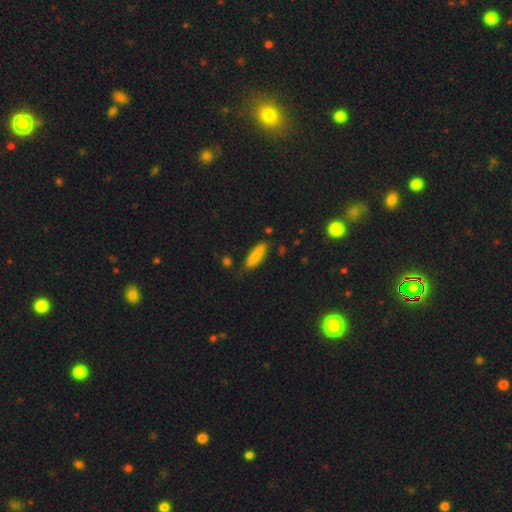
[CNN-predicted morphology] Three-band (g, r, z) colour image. It shows a smooth galaxy with no disk features (86%) that is in between round and cigar-shaped (53%). Merging: none (78%).